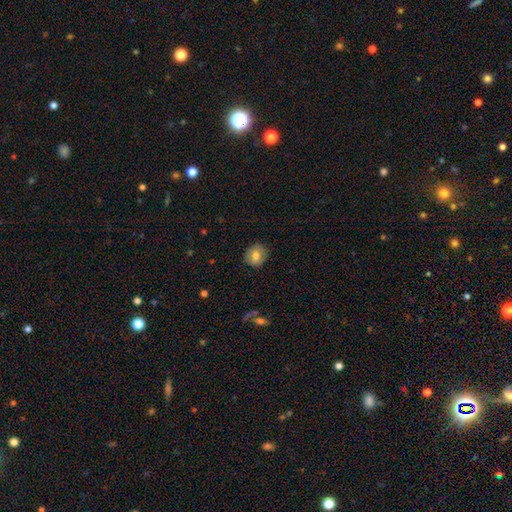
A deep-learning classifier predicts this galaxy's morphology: This appears to be a smooth galaxy with no disk features (75%) that is round (74%). Merging: none (84%).